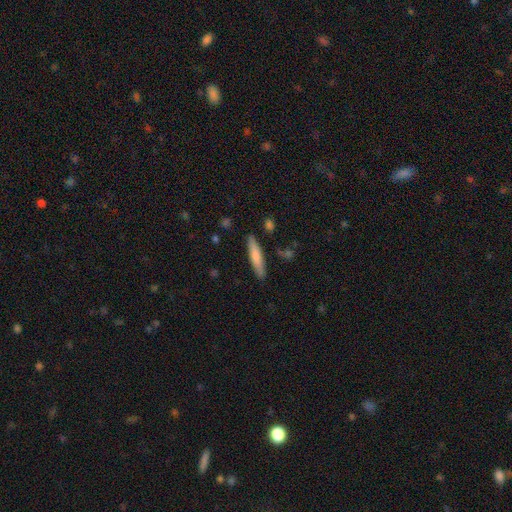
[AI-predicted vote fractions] Smooth or featured? Predicted: smooth (p=0.72). How rounded? Predicted: cigar-shaped (p=0.87). Merging? Predicted: none (p=0.87).